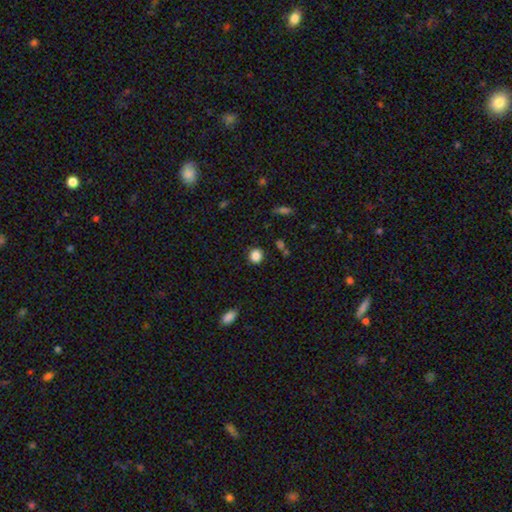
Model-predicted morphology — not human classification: A smooth galaxy with no disk features (86%) that is round (86%).

Vote fractions:
- Smooth or featured? smooth: 86% / star or artifact: 10% / featured or disk: 4%
- How rounded? round: 86% / in between: 13% / cigar-shaped: 1%
- Merging? none: 88% / minor disturbance: 7% / major disturbance: 2% / merger: 2%